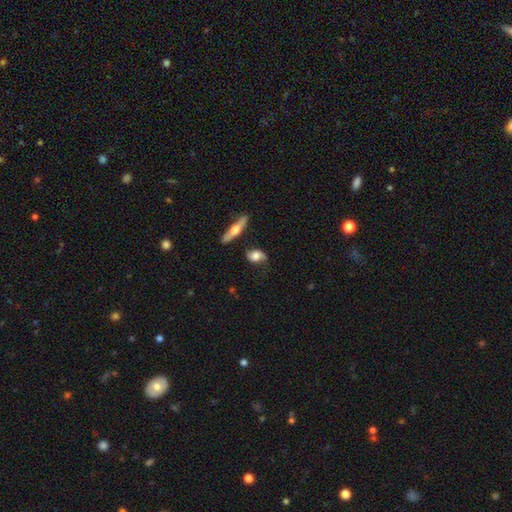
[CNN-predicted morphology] Overall: smooth (51%; featured or disk 41%). How rounded: in between (70%). Merging: none (60%; minor disturbance 26%).